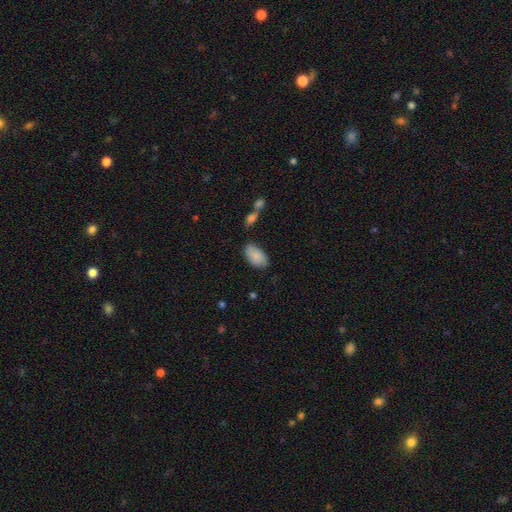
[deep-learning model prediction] Smooth or featured?
  - smooth: 85% *
  - featured or disk: 8%
  - star or artifact: 6%
How rounded?
  - in between: 94% *
  - round: 4%
  - cigar-shaped: 2%
Merging?
  - none: 70% *
  - minor disturbance: 20%
  - major disturbance: 5%
  - merger: 5%